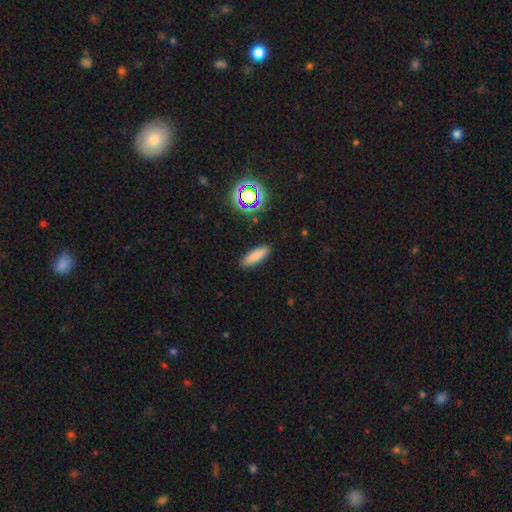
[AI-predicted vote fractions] Smooth or featured?
  - smooth: 81% *
  - star or artifact: 10%
  - featured or disk: 8%
How rounded?
  - cigar-shaped: 54% *
  - in between: 44%
  - round: 2%
Merging?
  - none: 89% *
  - minor disturbance: 8%
  - major disturbance: 2%
  - merger: 1%